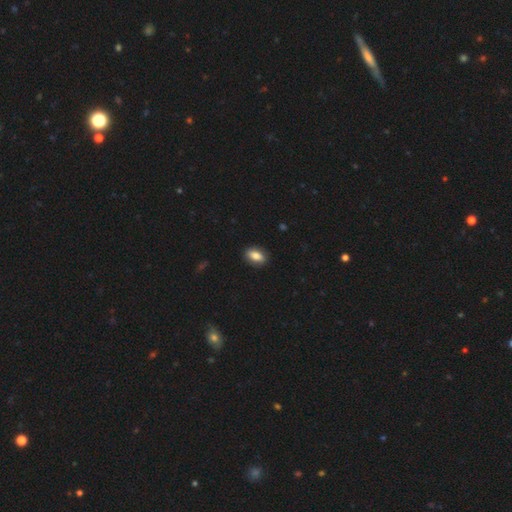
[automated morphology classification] Overall: smooth (84%). How rounded: in between (88%). Merging: none (88%).